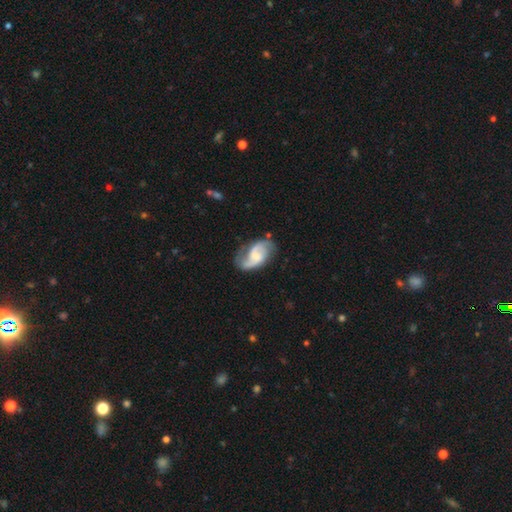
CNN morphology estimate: Smooth or featured? Predicted: featured or disk (p=0.83). Edge-on disk? Predicted: no (p=0.97). Bar? Predicted: weak (p=0.50). Spiral arms? Predicted: yes (p=0.96). Spiral winding? Predicted: medium (p=0.46). Spiral arm count? Predicted: 2 (p=0.90). Bulge size? Predicted: small (p=0.42). Merging? Predicted: none (p=0.70).